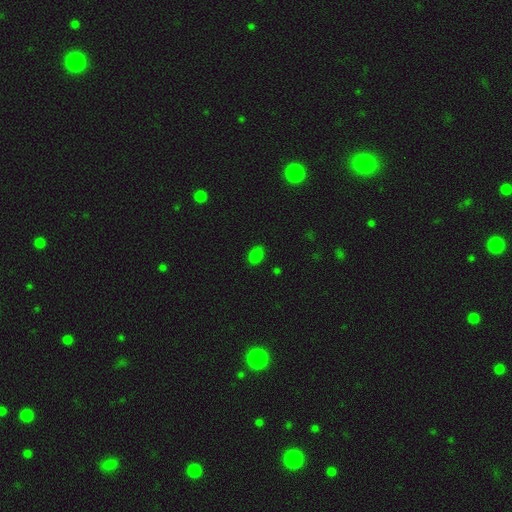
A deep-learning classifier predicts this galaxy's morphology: smooth-or-featured: smooth: 81% | star or artifact: 15% | featured or disk: 4%
  how-rounded: in between: 81% | round: 17% | cigar-shaped: 1%
  merging: none: 85% | minor disturbance: 11% | major disturbance: 3% | merger: 1%